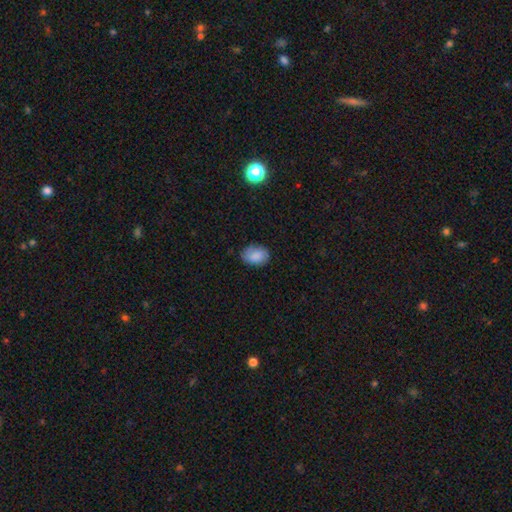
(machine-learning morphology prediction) type=smooth (82%); roundness=in between (79%); merging=none (77%).